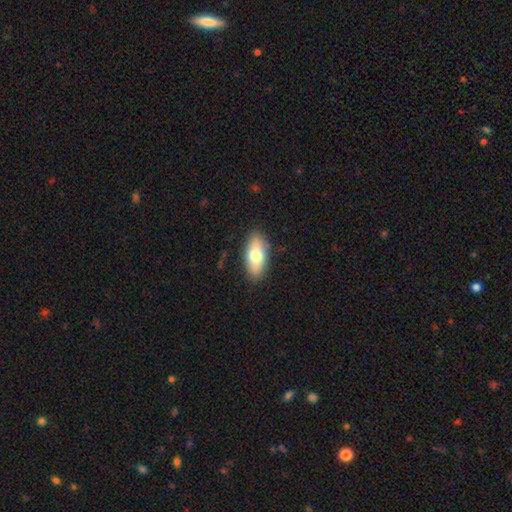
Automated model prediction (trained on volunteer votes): smooth 73%, featured or disk 21%, star or artifact 6%. Down the decision tree: how rounded — in between (87%); merging — none (86%).